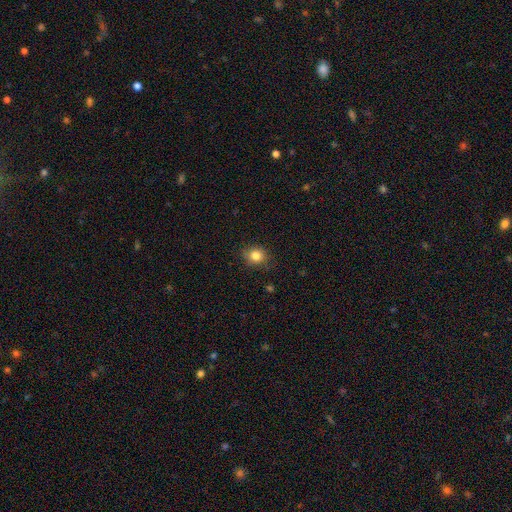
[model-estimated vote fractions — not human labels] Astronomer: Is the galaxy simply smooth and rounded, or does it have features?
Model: smooth — 83%.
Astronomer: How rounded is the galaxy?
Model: round — 71%.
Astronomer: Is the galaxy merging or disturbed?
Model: none — 81%.